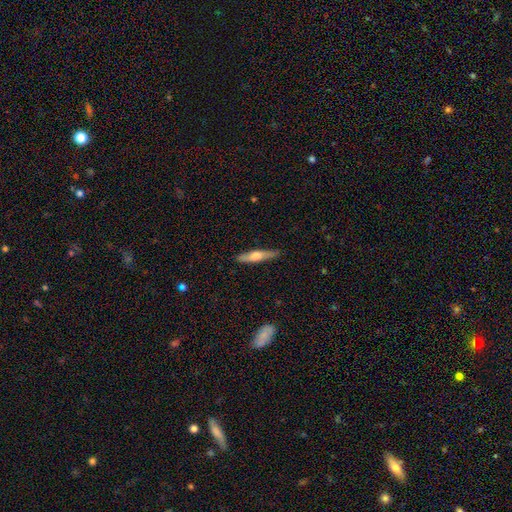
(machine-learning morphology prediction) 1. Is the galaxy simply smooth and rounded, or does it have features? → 53% smooth, 42% featured or disk, 5% star or artifact.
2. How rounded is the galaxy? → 85% cigar-shaped, 13% in between, 2% round.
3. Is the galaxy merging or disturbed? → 84% none, 13% minor disturbance, 2% major disturbance, 1% merger.